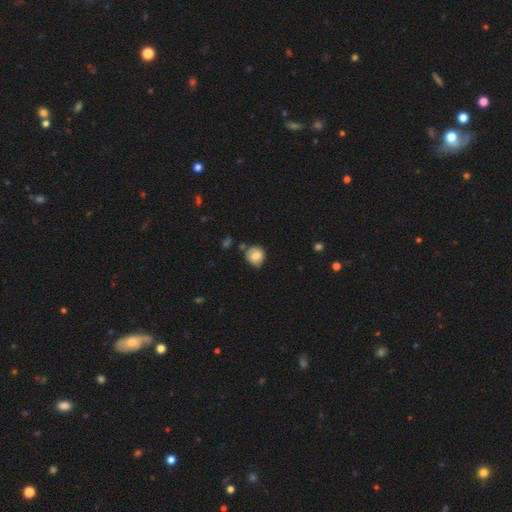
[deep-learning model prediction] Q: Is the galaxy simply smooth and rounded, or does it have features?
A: smooth — 75%.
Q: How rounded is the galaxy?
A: round — 82%.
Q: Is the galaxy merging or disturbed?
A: none — 61%.